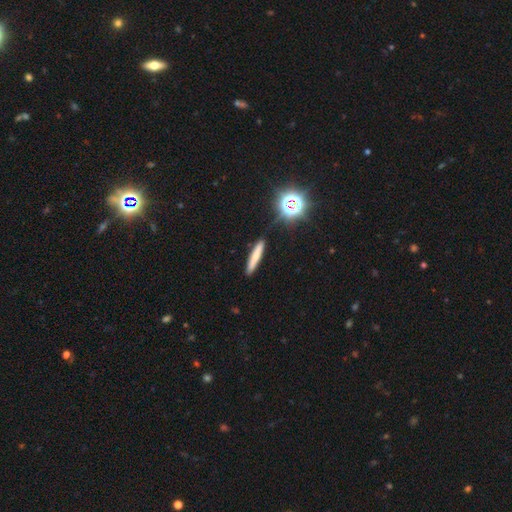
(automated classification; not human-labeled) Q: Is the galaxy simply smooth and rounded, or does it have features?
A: smooth — 67%.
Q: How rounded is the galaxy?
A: cigar-shaped — 91%.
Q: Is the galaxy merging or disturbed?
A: none — 87%.